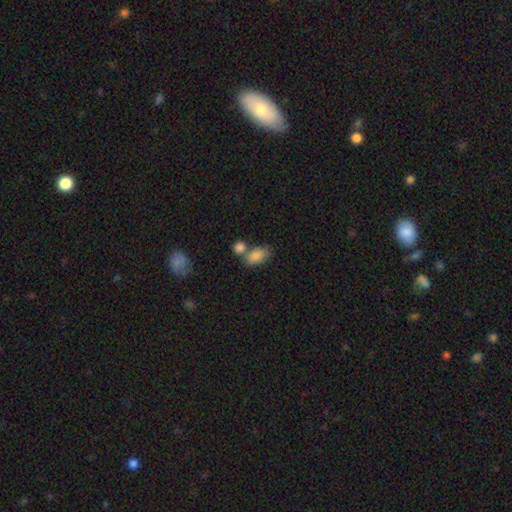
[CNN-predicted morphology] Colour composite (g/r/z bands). It shows a smooth galaxy with no disk features (86%) that is in between round and cigar-shaped (90%). Merging: none (42%).